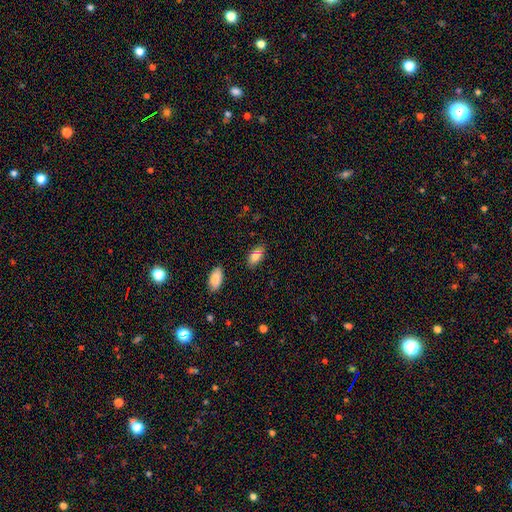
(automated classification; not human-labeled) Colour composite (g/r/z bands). It shows a smooth galaxy with no disk features (83%) that is in between round and cigar-shaped (92%). Merging: none (84%).